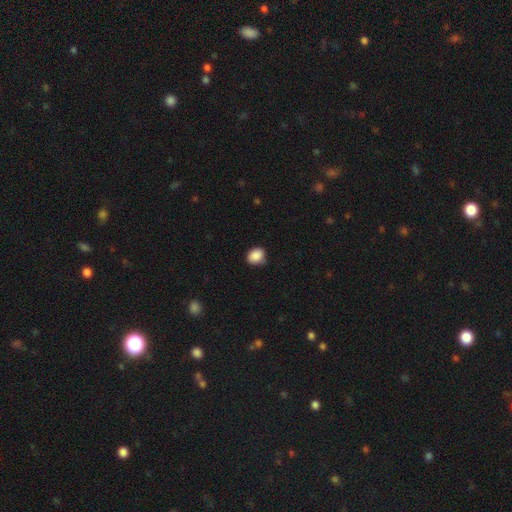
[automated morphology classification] This is clearly a smooth galaxy (88%). How rounded: possibly round (57%). Merging: likely none (75%).